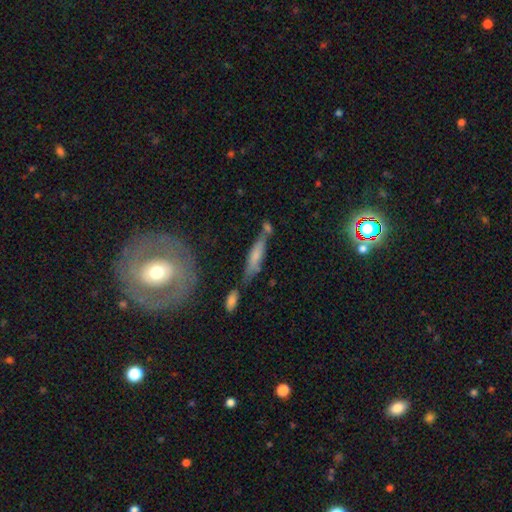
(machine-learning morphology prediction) The model was most divided on "smooth or featured": smooth: 56%, featured or disk: 36%, star or artifact: 9%. More confident: how rounded — cigar-shaped (78%); merging — none (57%).